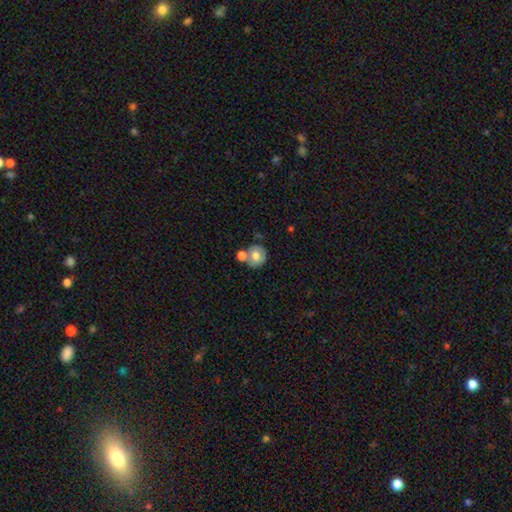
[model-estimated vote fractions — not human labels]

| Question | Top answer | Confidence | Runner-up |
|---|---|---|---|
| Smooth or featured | smooth | 67% | featured or disk (25%) |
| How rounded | round | 82% | in between (17%) |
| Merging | none | 48% | merger (35%) |